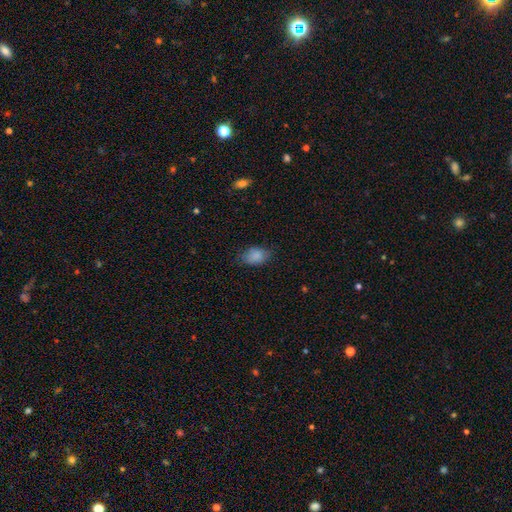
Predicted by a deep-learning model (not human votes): The model was most divided on "merging": none: 73%, minor disturbance: 21%, major disturbance: 5%, merger: 1%. More confident: smooth or featured — smooth (86%); how rounded — in between (84%).